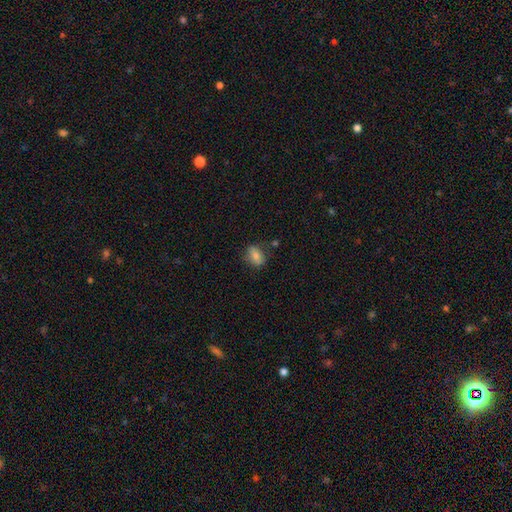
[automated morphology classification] The model was most divided on "how rounded": in between: 71%, round: 26%, cigar-shaped: 3%. More confident: smooth or featured — smooth (75%); merging — none (72%).